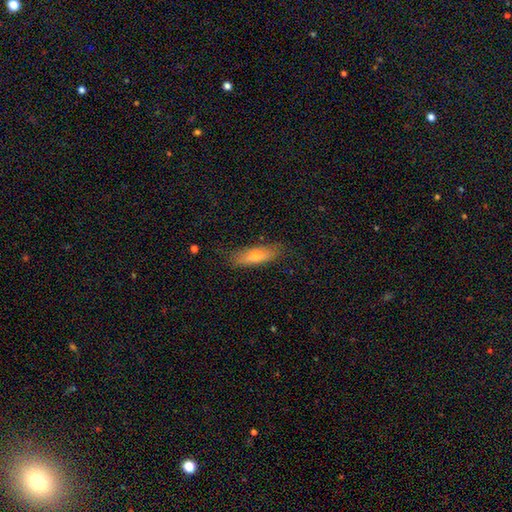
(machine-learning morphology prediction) Smooth or featured? smooth (63%)
How rounded? cigar-shaped (56%)
Merging? none (79%)